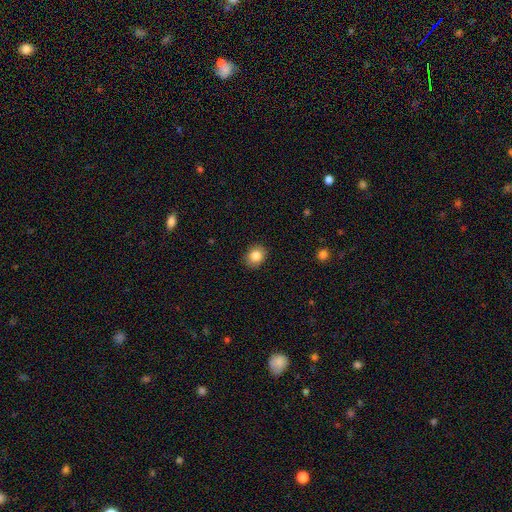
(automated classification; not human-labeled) Morphology: type=smooth (85%); roundness=round (54%); merging=none (89%).